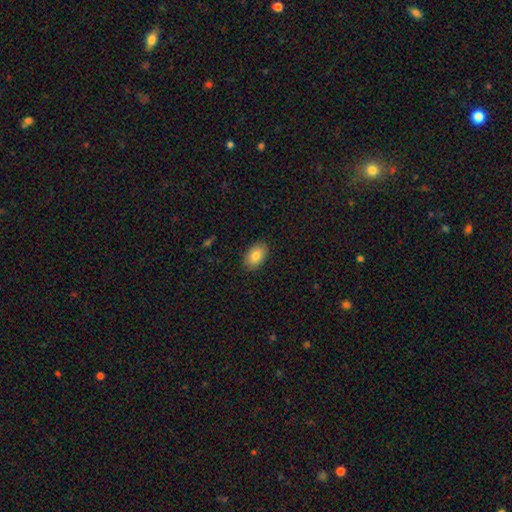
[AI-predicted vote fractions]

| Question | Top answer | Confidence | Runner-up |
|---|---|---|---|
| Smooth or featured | smooth | 83% | featured or disk (10%) |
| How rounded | in between | 90% | round (9%) |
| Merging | none | 88% | minor disturbance (9%) |